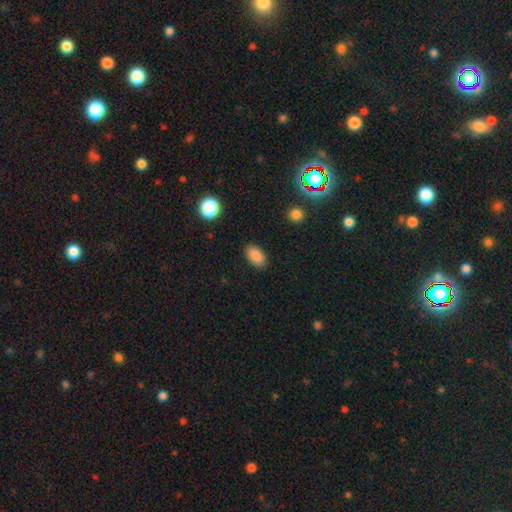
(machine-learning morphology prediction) smooth 87%, star or artifact 8%, featured or disk 4%. Down the decision tree: how rounded — in between (91%); merging — none (88%).